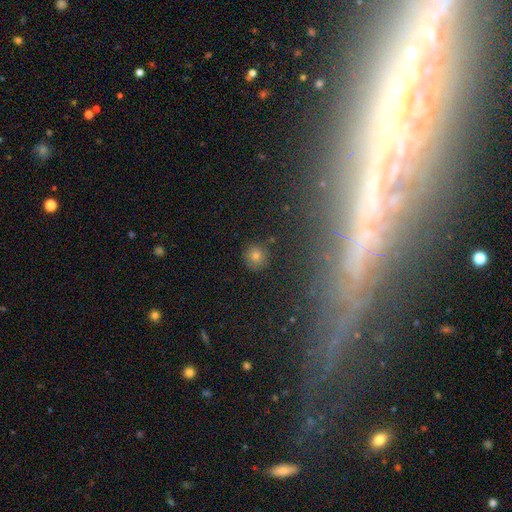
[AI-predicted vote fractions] This is likely a smooth galaxy (73%). How rounded: clearly round (92%). Merging: clearly none (89%).